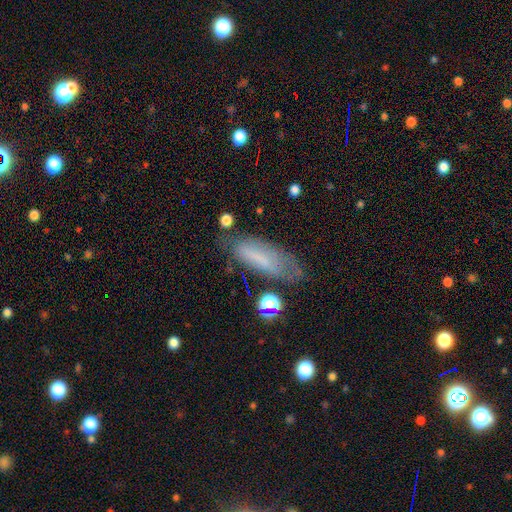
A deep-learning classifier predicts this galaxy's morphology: Smooth or featured? smooth (62%)
How rounded? in between (50%)
Merging? none (59%)